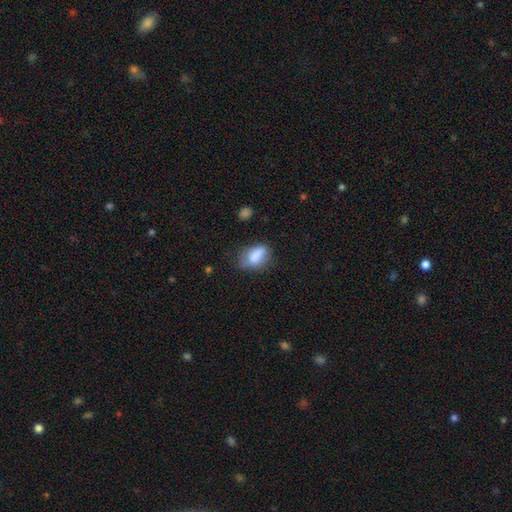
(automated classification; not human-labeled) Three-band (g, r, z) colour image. It shows a smooth galaxy with no disk features (79%) that is in between round and cigar-shaped (83%). Merging: none (53%).